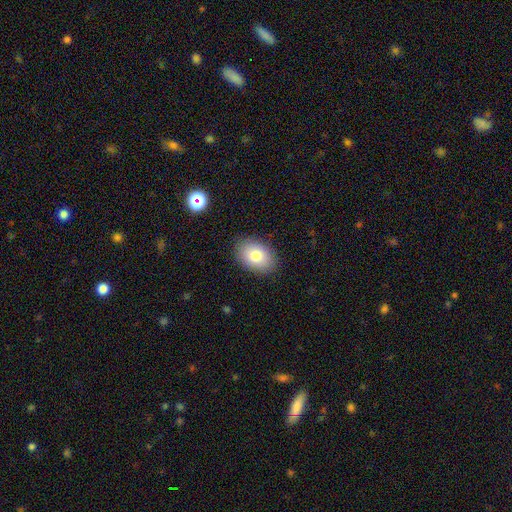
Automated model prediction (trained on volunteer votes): Smooth or featured?
  - smooth: 80% *
  - featured or disk: 11%
  - star or artifact: 8%
How rounded?
  - in between: 83% *
  - round: 16%
  - cigar-shaped: 1%
Merging?
  - none: 87% *
  - minor disturbance: 9%
  - major disturbance: 2%
  - merger: 1%